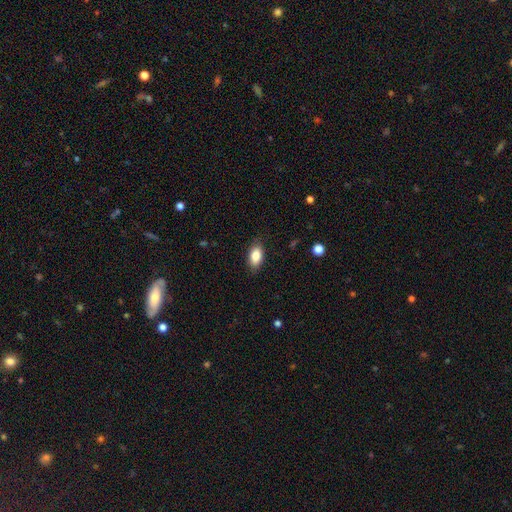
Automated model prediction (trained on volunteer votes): smooth 86%, star or artifact 7%, featured or disk 7%. Down the decision tree: how rounded — in between (90%); merging — none (85%).